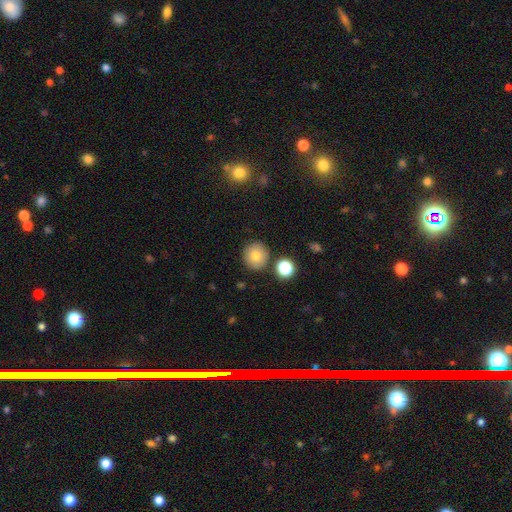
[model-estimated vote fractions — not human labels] This is likely a smooth galaxy (78%). How rounded: clearly round (92%). Merging: clearly none (84%).